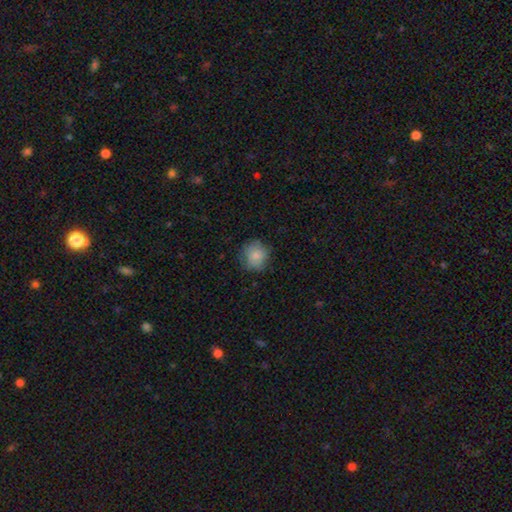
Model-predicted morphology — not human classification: type=smooth (83%); roundness=round (86%); merging=none (77%).